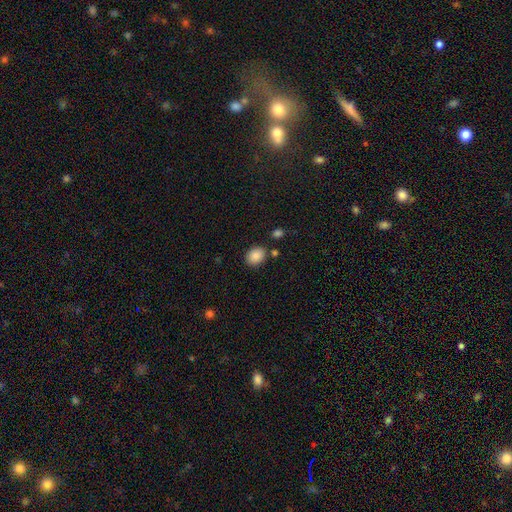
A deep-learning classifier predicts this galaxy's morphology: smooth-or-featured: smooth: 88% | star or artifact: 8% | featured or disk: 4%
  how-rounded: in between: 55% | round: 44% | cigar-shaped: 1%
  merging: none: 82% | minor disturbance: 10% | merger: 5% | major disturbance: 3%